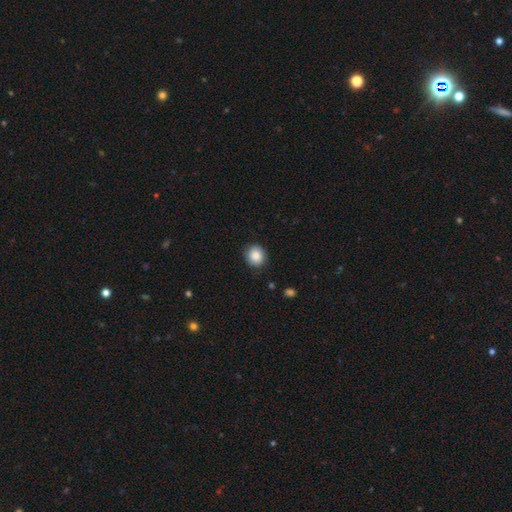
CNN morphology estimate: Overall: smooth (85%). How rounded: round (84%). Merging: none (85%).